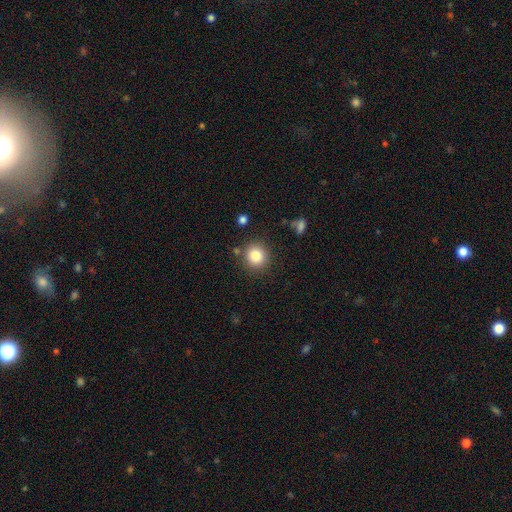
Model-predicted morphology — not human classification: This is clearly a smooth galaxy (84%). How rounded: clearly round (90%). Merging: clearly none (84%).